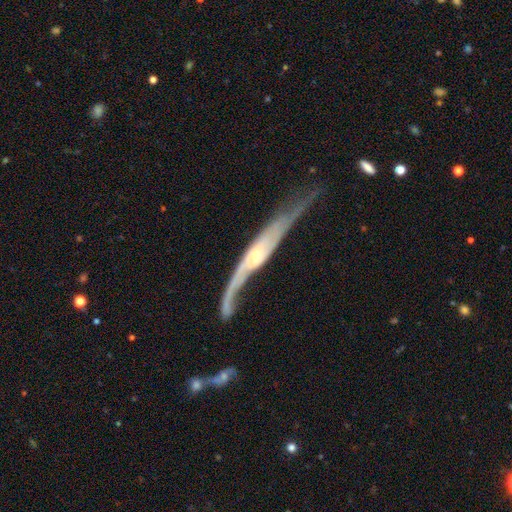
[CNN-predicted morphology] Smooth or featured?
  - featured or disk: 80% *
  - smooth: 14%
  - star or artifact: 6%
Edge-on disk?
  - yes: 66% *
  - no: 34%
Edge-on bulge?
  - rounded: 61% *
  - none: 26%
  - boxy: 13%
Merging?
  - none: 39% *
  - minor disturbance: 27%
  - major disturbance: 26%
  - merger: 8%